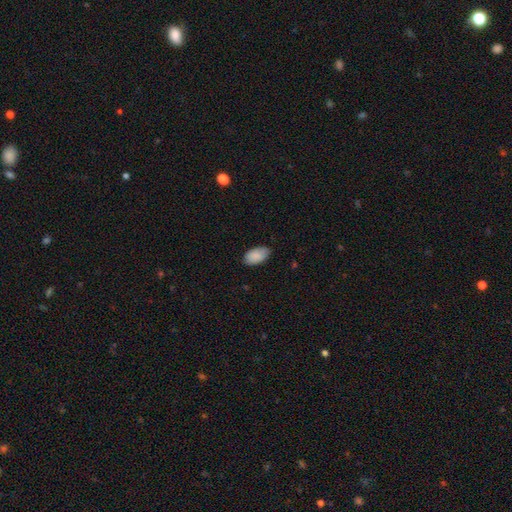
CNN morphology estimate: This appears to be a smooth galaxy with no disk features (89%) that is in between round and cigar-shaped (95%). Merging: none (80%).